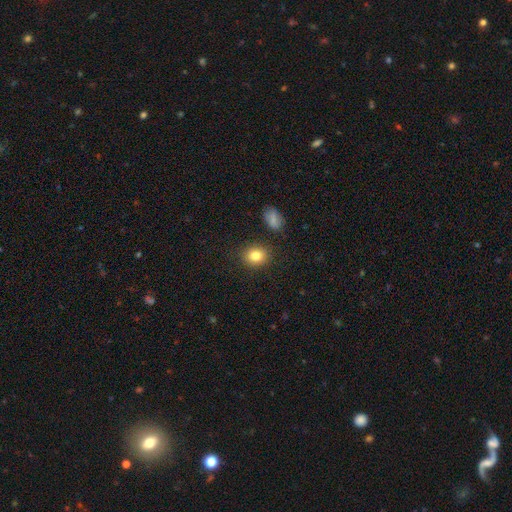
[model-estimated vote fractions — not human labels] Overall: smooth (83%). How rounded: round (62%; in between 37%). Merging: none (87%).